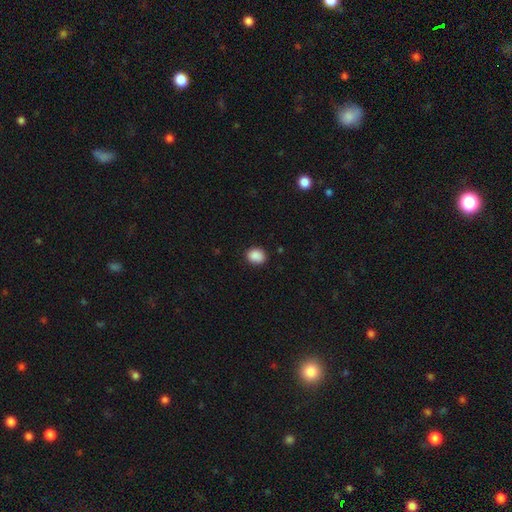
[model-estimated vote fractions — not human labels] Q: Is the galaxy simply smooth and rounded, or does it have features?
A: smooth — 89%.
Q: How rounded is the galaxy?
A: round — 57%.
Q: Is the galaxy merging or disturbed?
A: none — 89%.